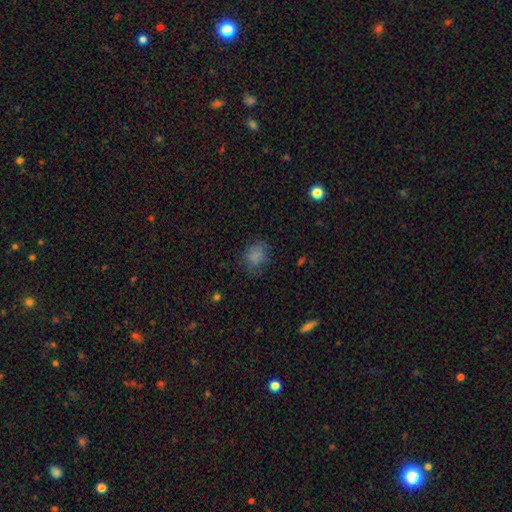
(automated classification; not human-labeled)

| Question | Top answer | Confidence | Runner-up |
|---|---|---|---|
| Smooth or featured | smooth | 79% | star or artifact (14%) |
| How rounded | round | 52% | in between (47%) |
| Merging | none | 70% | minor disturbance (21%) |